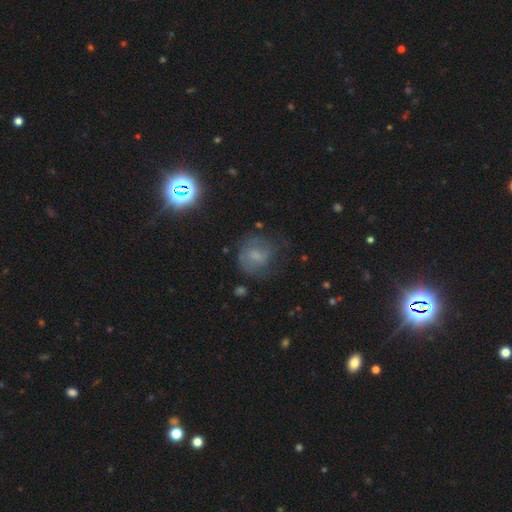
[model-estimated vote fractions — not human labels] This is possibly a smooth galaxy (50%). Merging: possibly none (54%).